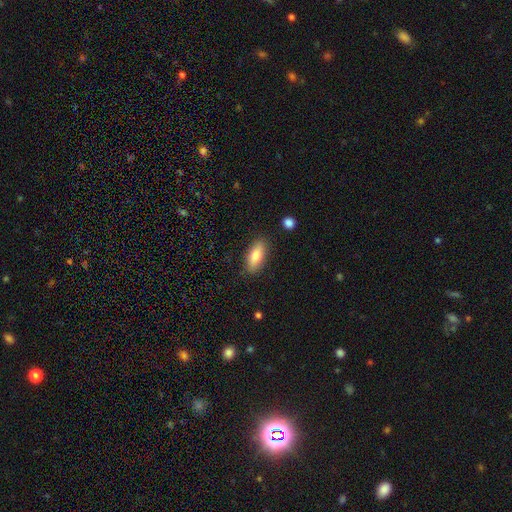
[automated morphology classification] Smooth or featured? Predicted: smooth (p=0.80). How rounded? Predicted: in between (p=0.79). Merging? Predicted: none (p=0.84).